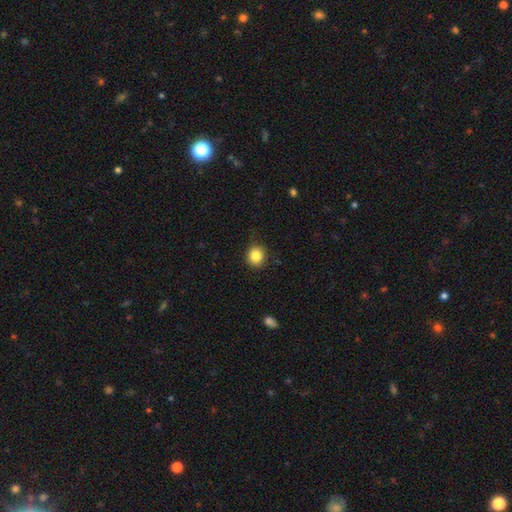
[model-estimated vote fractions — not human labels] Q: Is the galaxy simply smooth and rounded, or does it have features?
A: smooth — 84%.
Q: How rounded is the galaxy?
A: round — 86%.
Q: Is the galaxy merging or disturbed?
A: none — 87%.